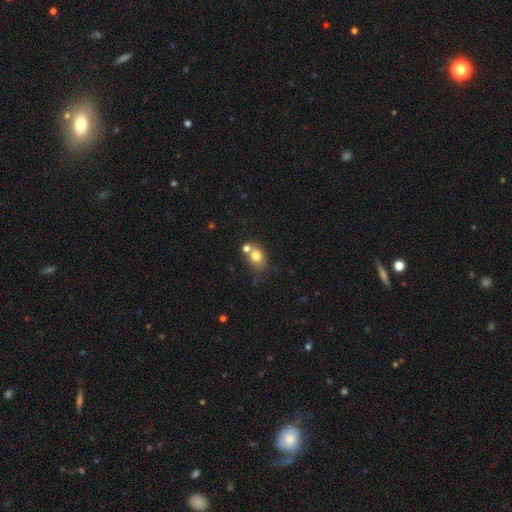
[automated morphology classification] Smooth or featured: smooth — 77% (featured or disk — 13%)
How rounded: round — 50% (in between — 49%)
Merging: none — 46% (merger — 35%)